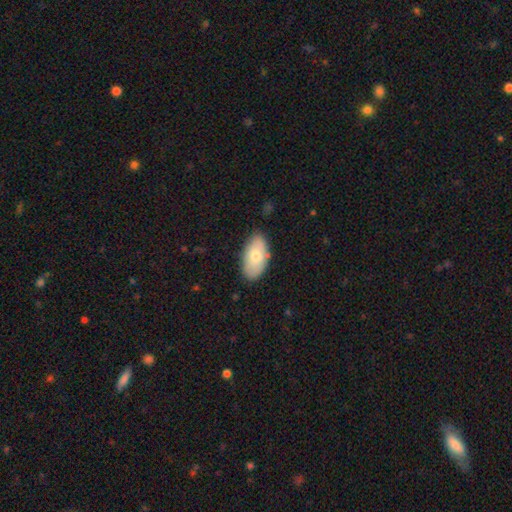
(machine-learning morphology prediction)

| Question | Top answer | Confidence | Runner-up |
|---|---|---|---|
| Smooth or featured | smooth | 74% | featured or disk (20%) |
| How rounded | in between | 94% | round (4%) |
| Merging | none | 79% | minor disturbance (16%) |